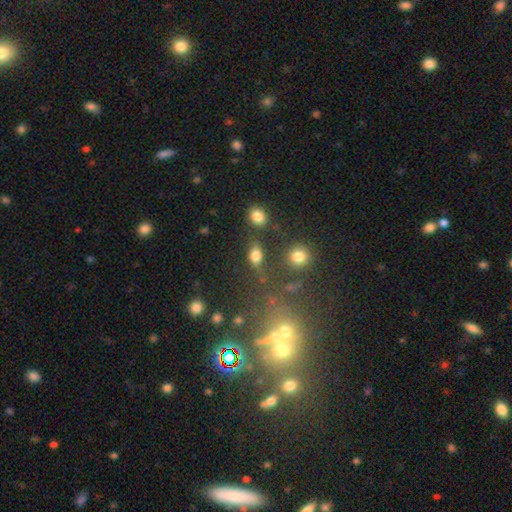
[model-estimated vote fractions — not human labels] A smooth galaxy with no disk features (77%) that is in between round and cigar-shaped (72%). Merging: none (64%).